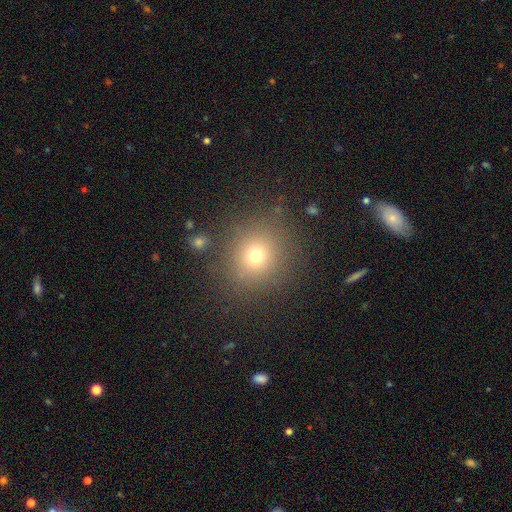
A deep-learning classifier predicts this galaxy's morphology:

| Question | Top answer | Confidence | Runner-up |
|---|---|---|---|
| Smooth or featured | smooth | 70% | star or artifact (20%) |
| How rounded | round | 87% | in between (12%) |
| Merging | none | 84% | minor disturbance (9%) |